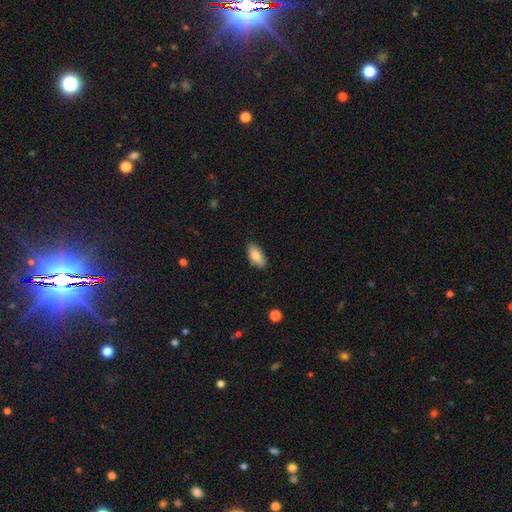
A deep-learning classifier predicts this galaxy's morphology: Smooth or featured? Predicted: smooth (p=0.84). How rounded? Predicted: in between (p=0.87). Merging? Predicted: none (p=0.83).